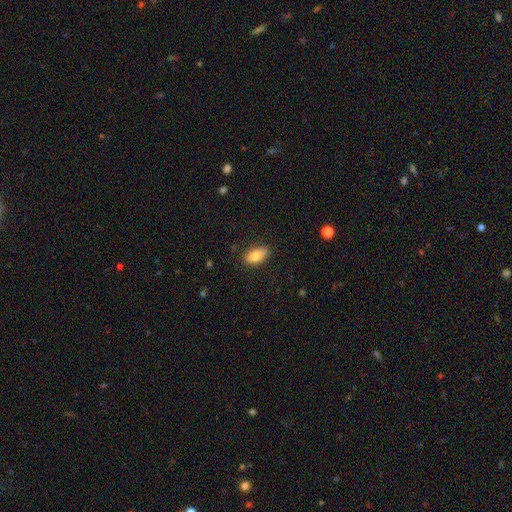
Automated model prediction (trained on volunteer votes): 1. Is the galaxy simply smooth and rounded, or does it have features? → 85% smooth, 8% featured or disk, 7% star or artifact.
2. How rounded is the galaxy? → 90% in between, 7% cigar-shaped, 3% round.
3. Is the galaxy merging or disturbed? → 84% none, 12% minor disturbance, 3% major disturbance, 1% merger.